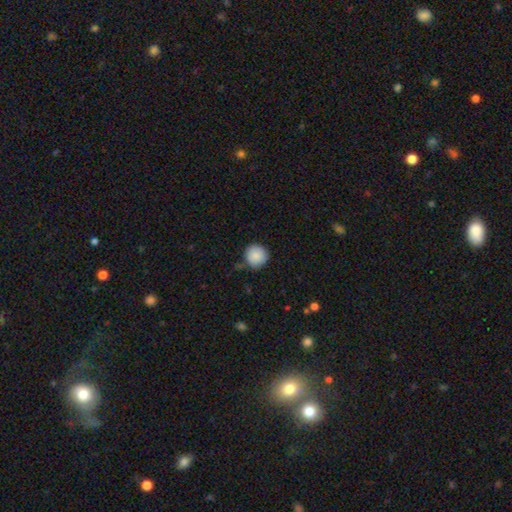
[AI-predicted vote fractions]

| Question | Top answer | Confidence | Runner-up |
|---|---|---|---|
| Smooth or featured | smooth | 88% | star or artifact (7%) |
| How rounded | round | 95% | in between (4%) |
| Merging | none | 83% | minor disturbance (12%) |